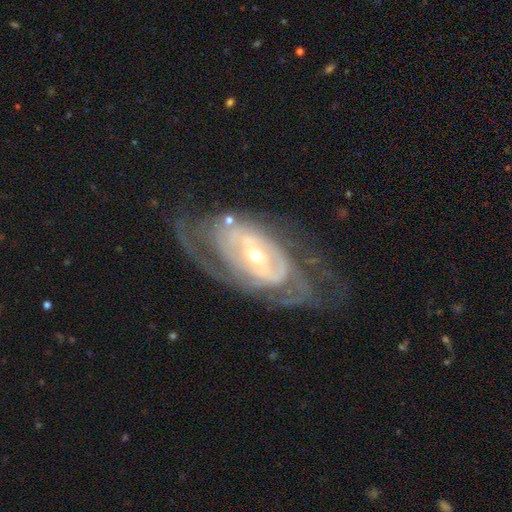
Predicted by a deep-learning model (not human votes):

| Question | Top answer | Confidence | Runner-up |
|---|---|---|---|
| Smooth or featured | featured or disk | 86% | smooth (8%) |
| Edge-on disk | no | 94% | yes (6%) |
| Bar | no | 45% | weak (33%) |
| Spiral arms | yes | 86% | no (14%) |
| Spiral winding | tight | 61% | medium (29%) |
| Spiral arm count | can't tell | 38% | 2 (36%) |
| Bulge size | small | 57% | moderate (38%) |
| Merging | none | 60% | major disturbance (19%) |